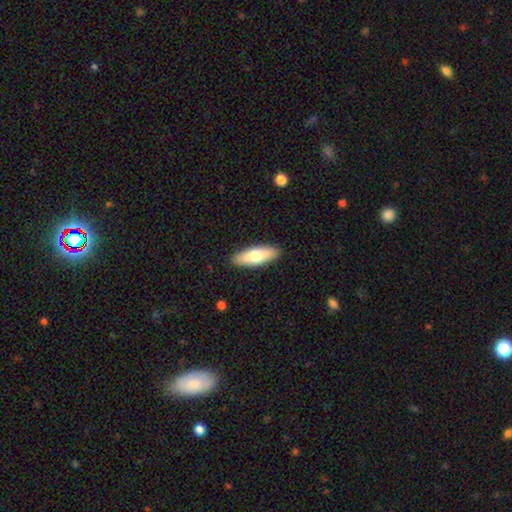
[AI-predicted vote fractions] smooth_or_featured: smooth (p=0.70) [alt: featured or disk p=0.25]
how_rounded: in between (p=0.63) [alt: cigar-shaped p=0.35]
merging: none (p=0.90) [alt: minor disturbance p=0.08]